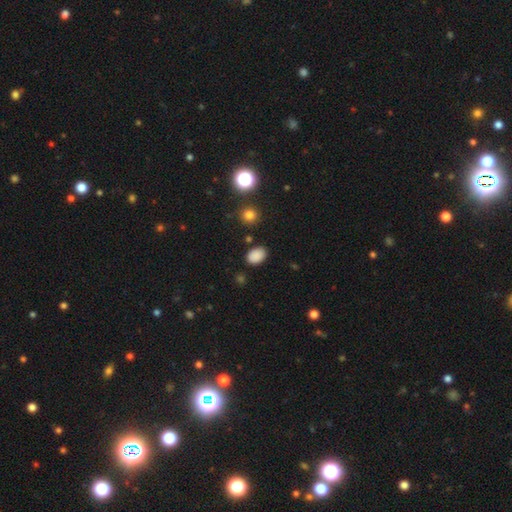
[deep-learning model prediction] A smooth galaxy with no disk features (85%) that is in between round and cigar-shaped (82%).

Vote fractions:
- Smooth or featured? smooth: 85% / star or artifact: 11% / featured or disk: 4%
- How rounded? in between: 82% / round: 17% / cigar-shaped: 1%
- Merging? none: 84% / minor disturbance: 11% / major disturbance: 3% / merger: 2%